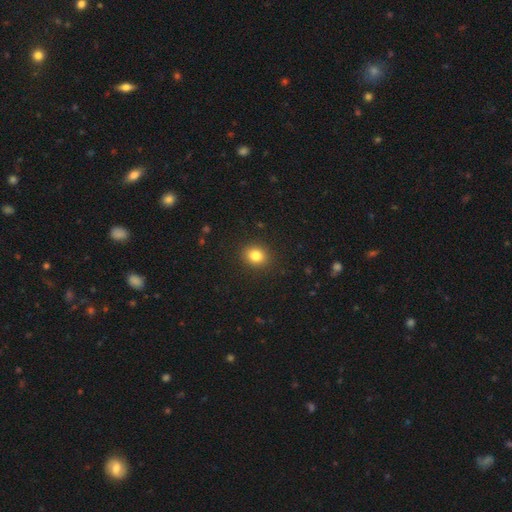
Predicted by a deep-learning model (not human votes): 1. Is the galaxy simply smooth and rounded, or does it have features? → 83% smooth, 11% star or artifact, 6% featured or disk.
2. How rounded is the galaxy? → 70% round, 29% in between, 1% cigar-shaped.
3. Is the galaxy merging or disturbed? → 90% none, 7% minor disturbance, 2% major disturbance, 1% merger.